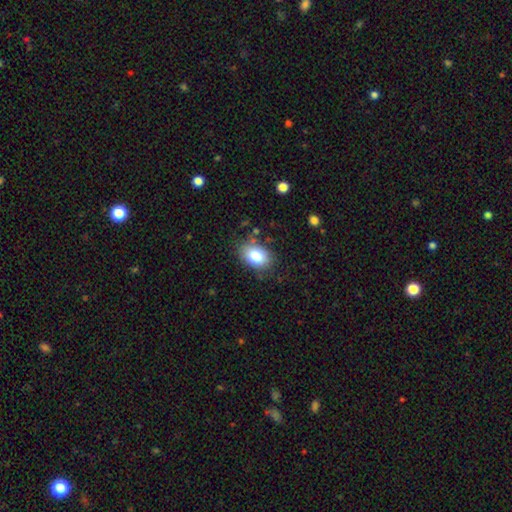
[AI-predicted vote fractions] A smooth galaxy with no disk features (84%) that is in between round and cigar-shaped (85%). Merging: none (80%).